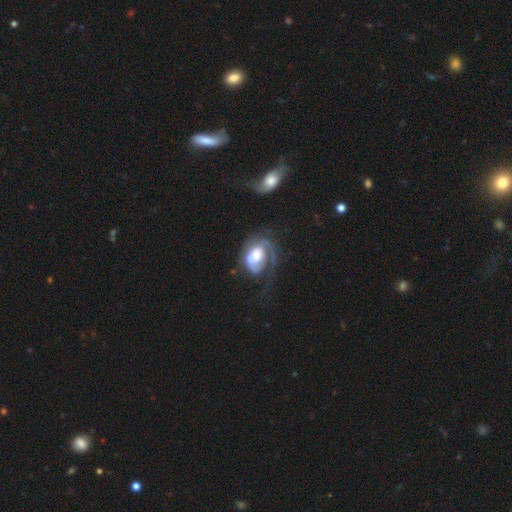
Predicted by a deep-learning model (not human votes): Smooth or featured? featured or disk (71%)
Edge-on disk? no (97%)
Bar? no (75%)
Spiral arms? yes (78%)
Spiral winding? tight (45%)
Spiral arm count? 1 (65%)
Bulge size? moderate (42%)
Merging? major disturbance (40%)